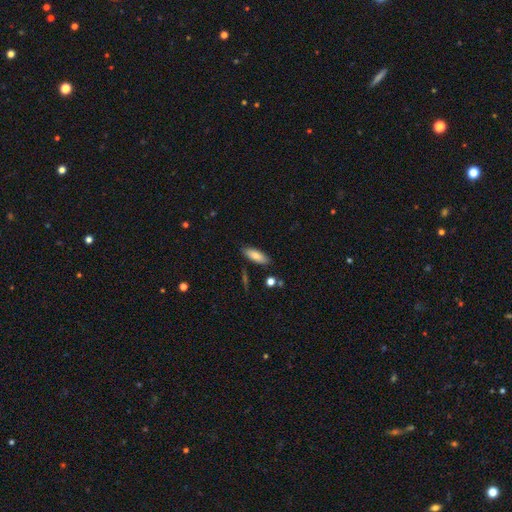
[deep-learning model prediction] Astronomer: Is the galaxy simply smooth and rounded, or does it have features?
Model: smooth — 80%.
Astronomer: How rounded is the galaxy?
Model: in between — 71%.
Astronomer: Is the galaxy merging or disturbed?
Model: none — 84%.